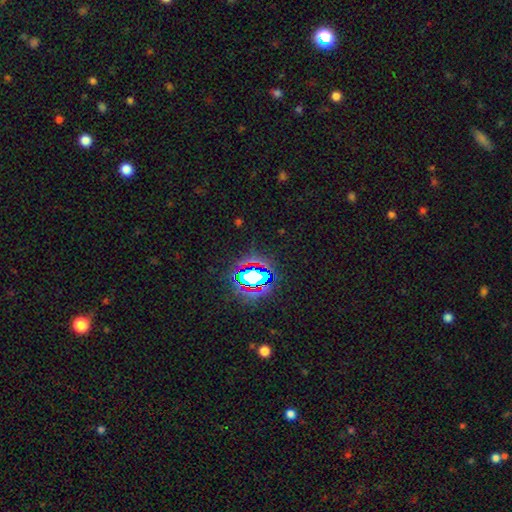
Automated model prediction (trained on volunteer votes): Q: Smooth or featured?
A: star or artifact (77%); runner-up: smooth (14%)